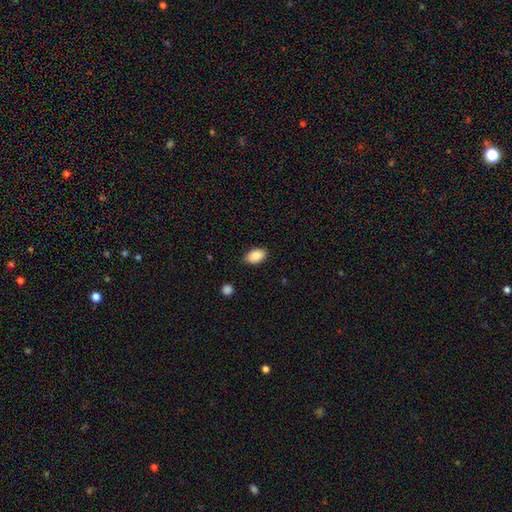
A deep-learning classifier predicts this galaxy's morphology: The model was most divided on "merging": none: 85%, minor disturbance: 11%, major disturbance: 2%, merger: 1%. More confident: how rounded — in between (90%); smooth or featured — smooth (89%).